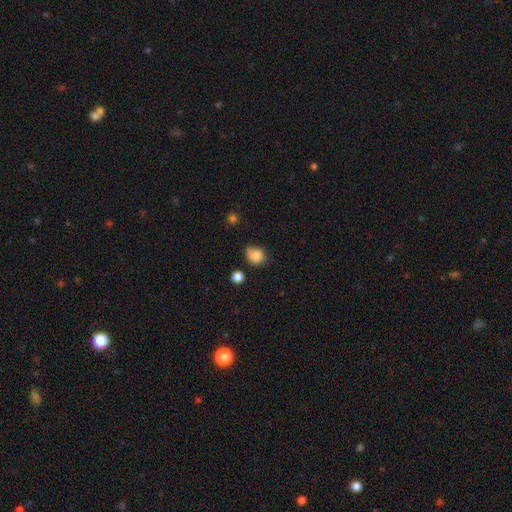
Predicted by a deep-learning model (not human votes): Overall: smooth (82%). How rounded: round (62%; in between 37%). Merging: none (49%; minor disturbance 37%).